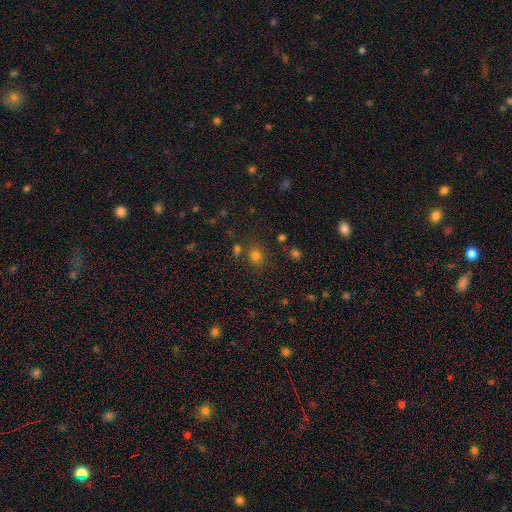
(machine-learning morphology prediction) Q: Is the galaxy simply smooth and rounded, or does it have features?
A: smooth — 75%.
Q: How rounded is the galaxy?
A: round — 76%.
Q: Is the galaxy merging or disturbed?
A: none — 75%.